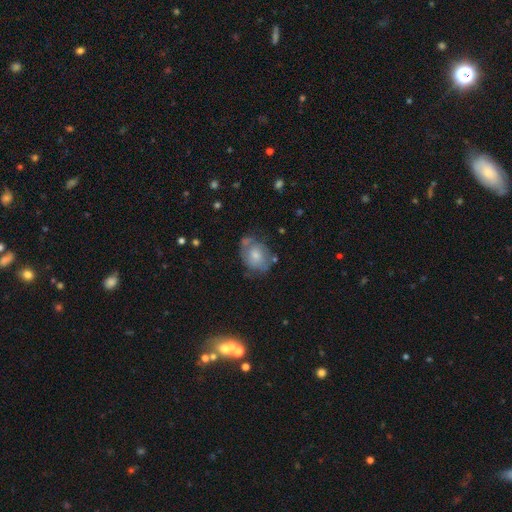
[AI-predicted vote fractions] Smooth or featured? smooth (56%)
How rounded? in between (58%)
Merging? none (50%)